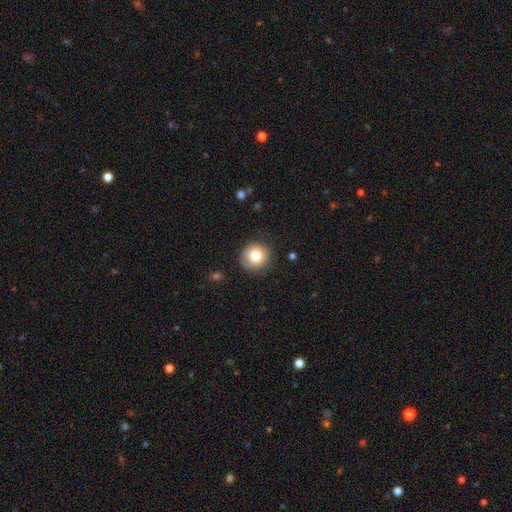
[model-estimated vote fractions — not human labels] This is likely a smooth galaxy (80%). How rounded: clearly round (92%). Merging: clearly none (87%).